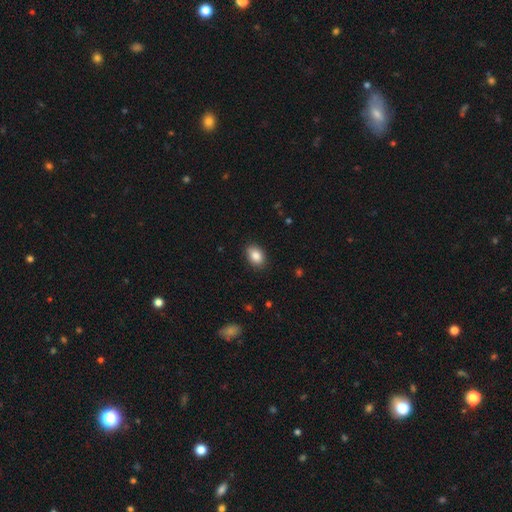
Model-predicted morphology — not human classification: A smooth galaxy with no disk features (86%) that is in between round and cigar-shaped (82%).

Vote fractions:
- Smooth or featured? smooth: 86% / star or artifact: 8% / featured or disk: 6%
- How rounded? in between: 82% / round: 17% / cigar-shaped: 1%
- Merging? none: 87% / minor disturbance: 10% / major disturbance: 2% / merger: 1%